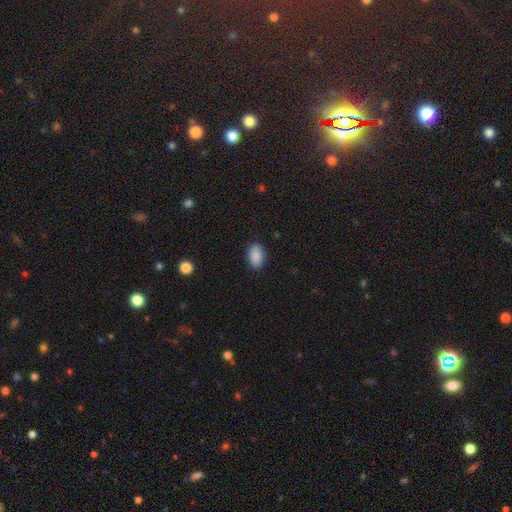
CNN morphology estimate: smooth-or-featured: smooth: 90% | star or artifact: 7% | featured or disk: 3%
  how-rounded: in between: 90% | round: 8% | cigar-shaped: 1%
  merging: none: 89% | minor disturbance: 8% | major disturbance: 2% | merger: 1%